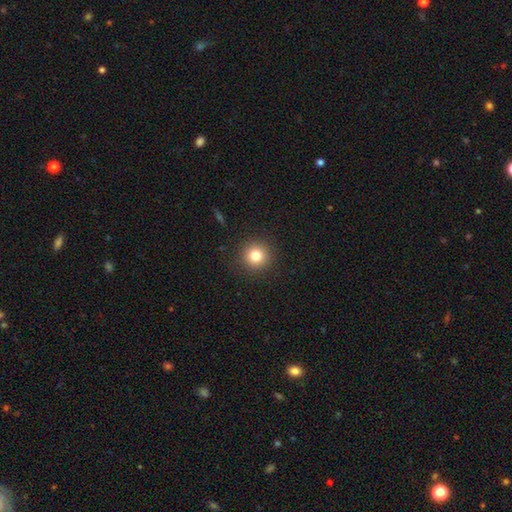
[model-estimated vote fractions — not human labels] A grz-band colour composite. It shows a smooth galaxy with no disk features (81%) that is round (95%). Merging: none (91%).